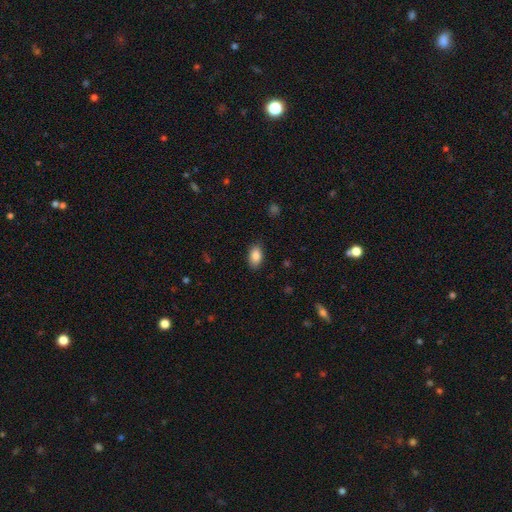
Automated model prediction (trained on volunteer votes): Morphology: type=smooth (86%); roundness=in between (92%); merging=none (87%).